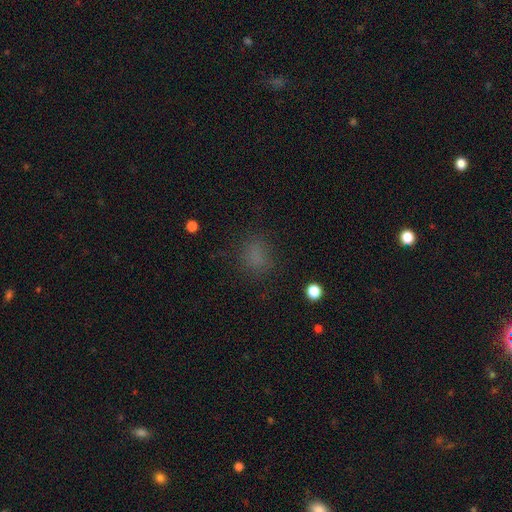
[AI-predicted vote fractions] Smooth or featured: smooth — 75% (star or artifact — 19%)
How rounded: round — 62% (in between — 36%)
Merging: none — 80% (minor disturbance — 13%)